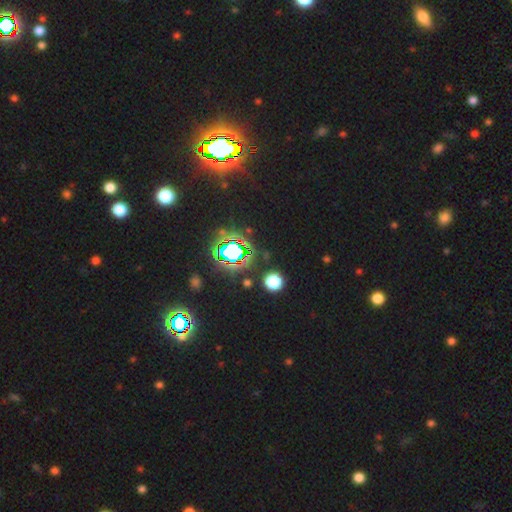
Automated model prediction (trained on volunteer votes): Smooth or featured? star or artifact (82%)